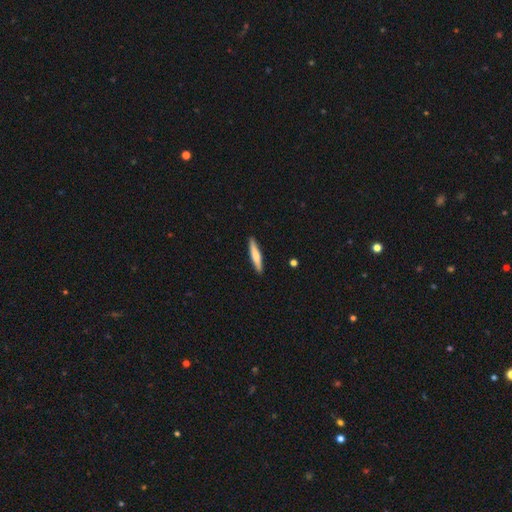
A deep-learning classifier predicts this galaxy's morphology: Smooth or featured? Predicted: smooth (p=0.60). How rounded? Predicted: cigar-shaped (p=0.91). Merging? Predicted: none (p=0.91).